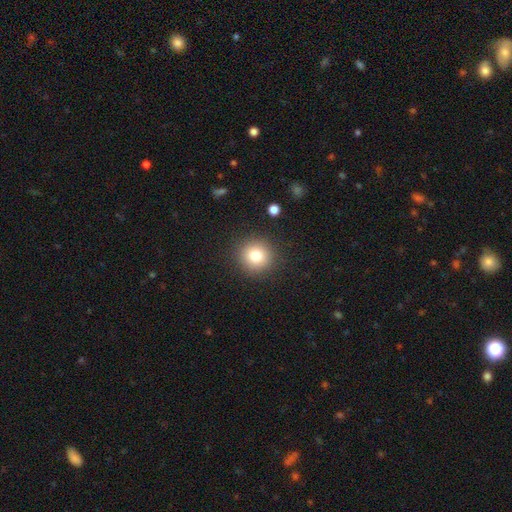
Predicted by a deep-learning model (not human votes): The model was most divided on "smooth or featured": smooth: 79%, star or artifact: 12%, featured or disk: 9%. More confident: how rounded — round (93%); merging — none (90%).